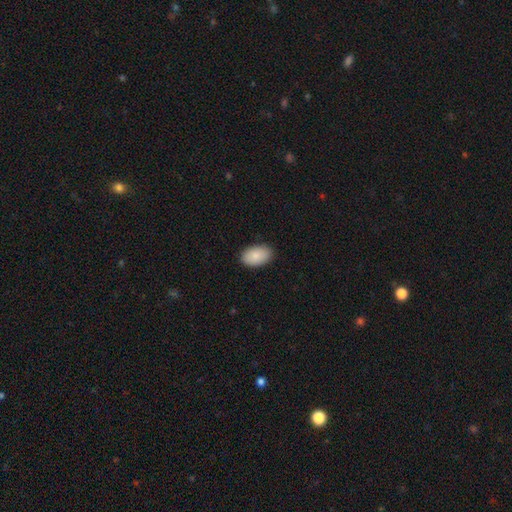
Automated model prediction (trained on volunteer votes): smooth_or_featured: smooth (p=0.88) [alt: star or artifact p=0.06]
how_rounded: in between (p=0.94) [alt: round p=0.05]
merging: none (p=0.89) [alt: minor disturbance p=0.09]